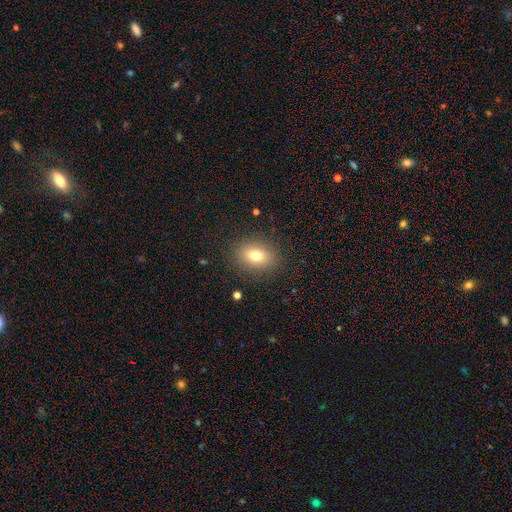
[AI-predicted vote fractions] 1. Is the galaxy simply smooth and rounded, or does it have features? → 76% smooth, 12% featured or disk, 12% star or artifact.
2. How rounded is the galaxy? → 64% in between, 34% round, 1% cigar-shaped.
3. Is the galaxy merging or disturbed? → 87% none, 9% minor disturbance, 3% major disturbance, 1% merger.